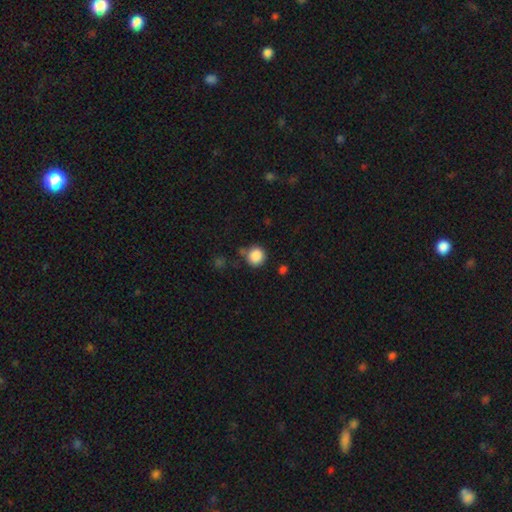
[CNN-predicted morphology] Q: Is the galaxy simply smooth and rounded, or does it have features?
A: smooth — 87%.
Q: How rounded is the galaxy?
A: round — 91%.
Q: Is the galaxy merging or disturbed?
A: none — 76%.